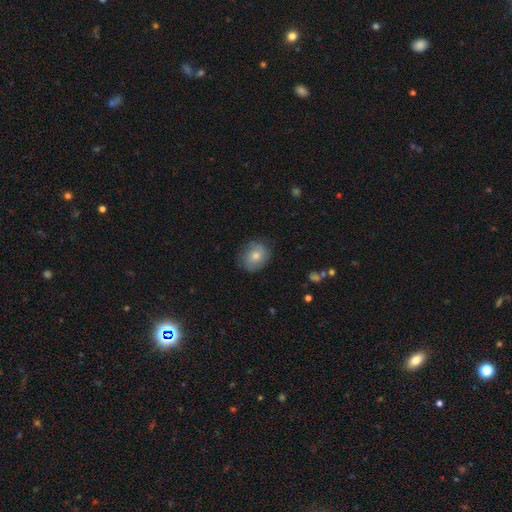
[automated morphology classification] smooth-or-featured: smooth: 69% | featured or disk: 20% | star or artifact: 11%
  how-rounded: round: 63% | in between: 36% | cigar-shaped: 1%
  merging: none: 80% | minor disturbance: 15% | major disturbance: 4% | merger: 1%